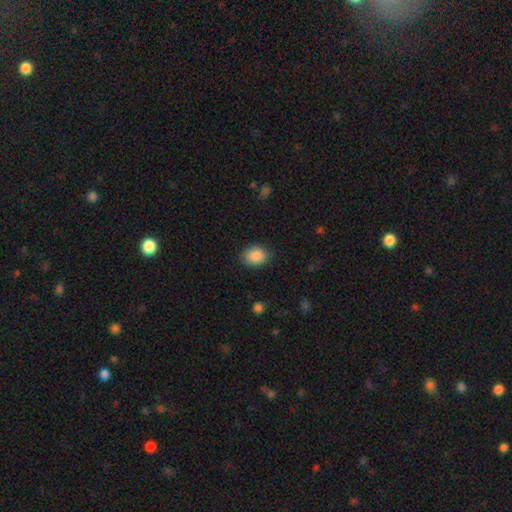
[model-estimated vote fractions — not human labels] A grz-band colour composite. It shows a smooth galaxy with no disk features (89%) that is in between round and cigar-shaped (69%). Merging: none (84%).